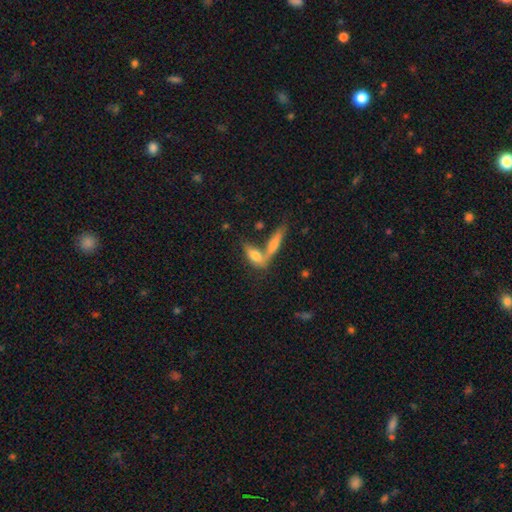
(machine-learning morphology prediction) This is likely a smooth galaxy (66%). How rounded: possibly in between (58%). Merging: possibly merger (51%).